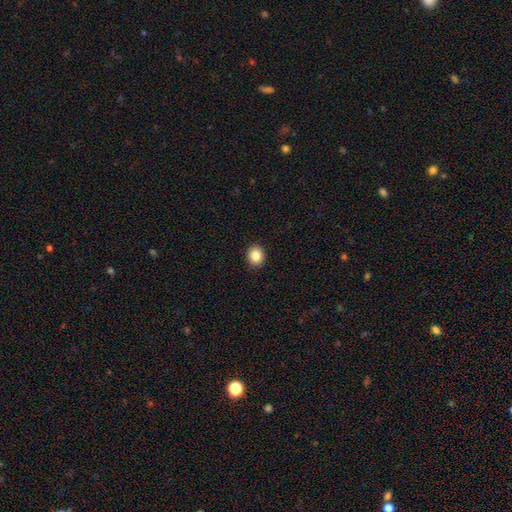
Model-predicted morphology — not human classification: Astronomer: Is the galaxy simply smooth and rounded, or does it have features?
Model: smooth — 85%.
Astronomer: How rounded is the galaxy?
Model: round — 73%.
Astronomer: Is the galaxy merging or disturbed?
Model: none — 92%.